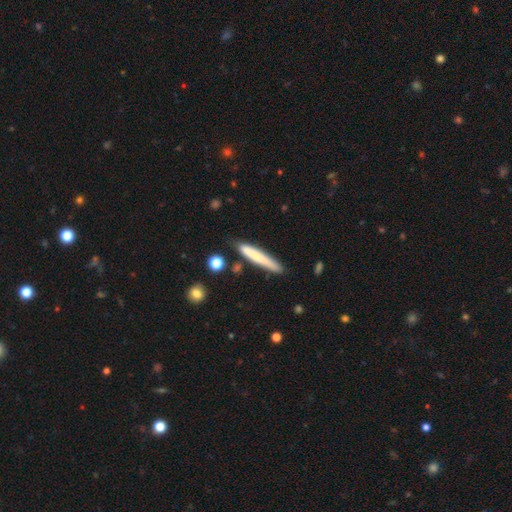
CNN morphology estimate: Smooth or featured? Predicted: smooth (p=0.67). How rounded? Predicted: cigar-shaped (p=0.93). Merging? Predicted: none (p=0.75).